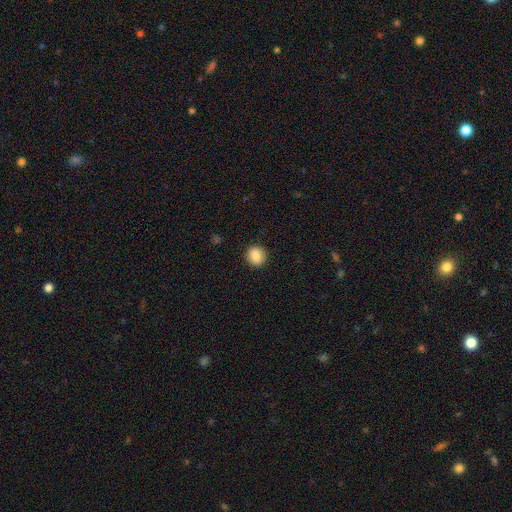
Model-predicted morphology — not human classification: The model was most divided on "how rounded": round: 87%, in between: 12%, cigar-shaped: 1%. More confident: merging — none (91%); smooth or featured — smooth (87%).